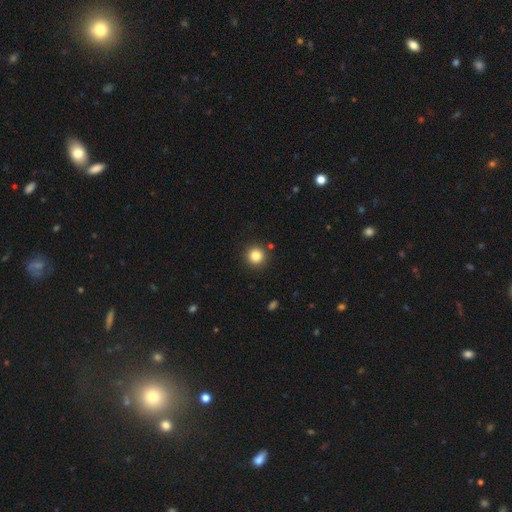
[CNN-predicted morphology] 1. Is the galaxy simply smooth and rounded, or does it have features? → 84% smooth, 11% star or artifact, 5% featured or disk.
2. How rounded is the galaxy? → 95% round, 4% in between, 1% cigar-shaped.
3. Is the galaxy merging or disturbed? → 90% none, 6% minor disturbance, 2% merger, 2% major disturbance.